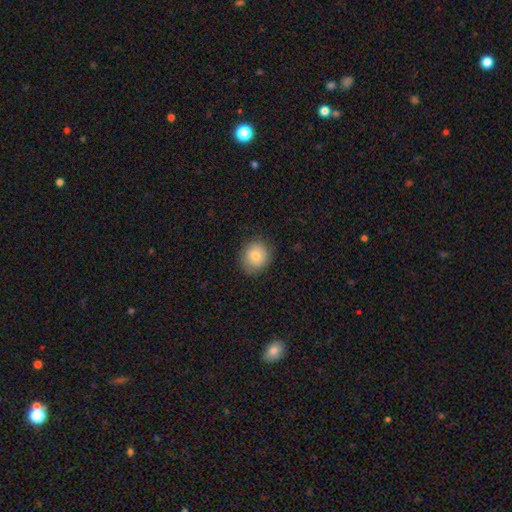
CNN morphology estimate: A smooth galaxy with no disk features (82%) that is round (79%). Merging: none (85%).